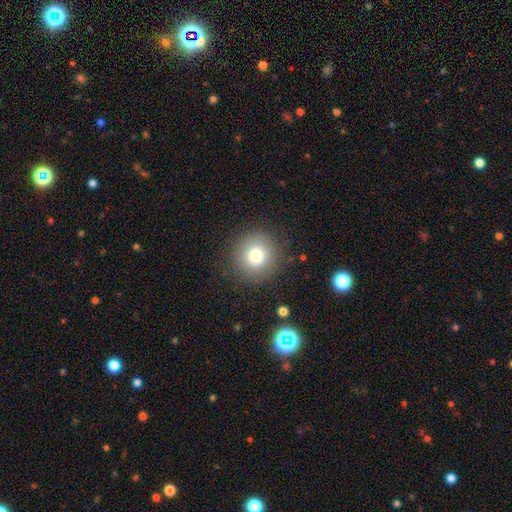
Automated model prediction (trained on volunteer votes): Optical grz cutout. It shows a smooth galaxy with no disk features (77%) that is round (94%). Merging: none (88%).